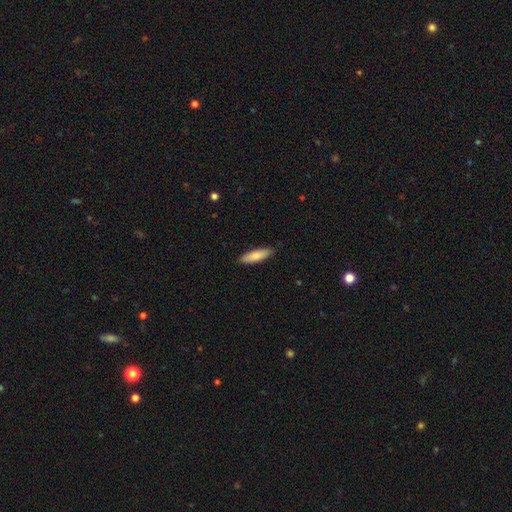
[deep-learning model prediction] A smooth galaxy with no disk features (82%) that is cigar-shaped (62%).

Vote fractions:
- Smooth or featured? smooth: 82% / featured or disk: 12% / star or artifact: 5%
- How rounded? cigar-shaped: 62% / in between: 37% / round: 2%
- Merging? none: 88% / minor disturbance: 9% / major disturbance: 2% / merger: 1%